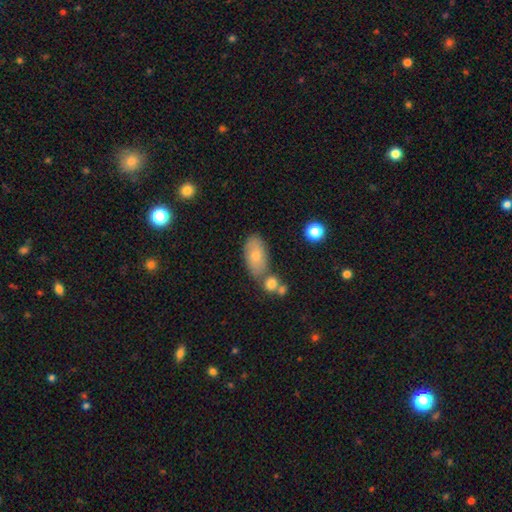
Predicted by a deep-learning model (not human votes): Smooth or featured? Predicted: smooth (p=0.74). How rounded? Predicted: in between (p=0.91). Merging? Predicted: none (p=0.61).